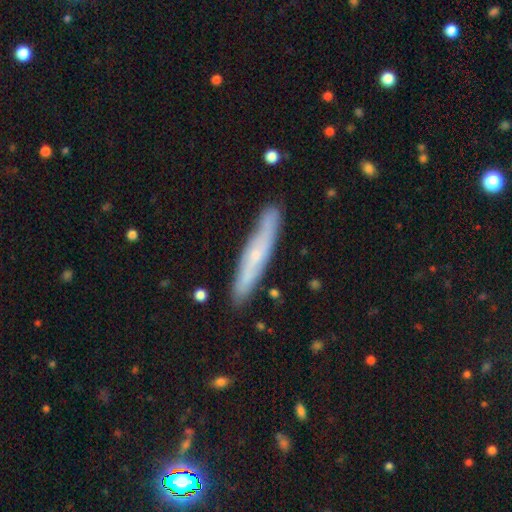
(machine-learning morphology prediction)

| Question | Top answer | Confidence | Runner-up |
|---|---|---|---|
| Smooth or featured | featured or disk | 50% | smooth (44%) |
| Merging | none | 84% | minor disturbance (12%) |